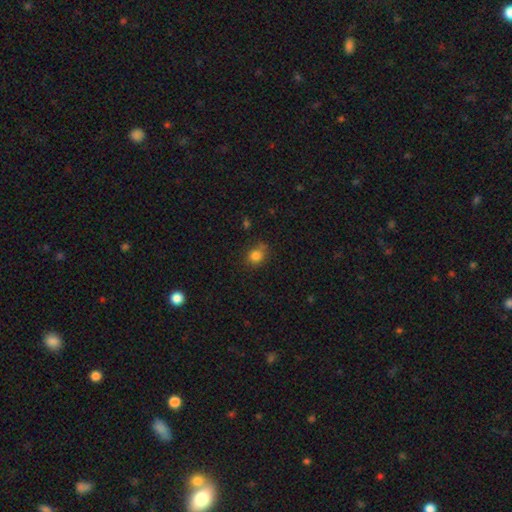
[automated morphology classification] type=smooth (82%); roundness=round (70%); merging=none (70%).